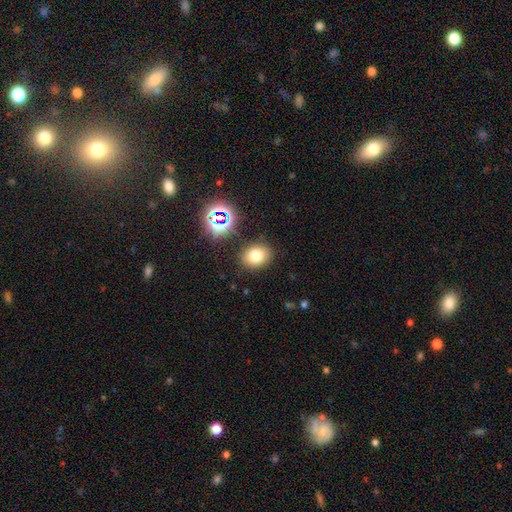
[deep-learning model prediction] This is likely a smooth galaxy (74%). How rounded: possibly round (52%). Merging: clearly none (84%).